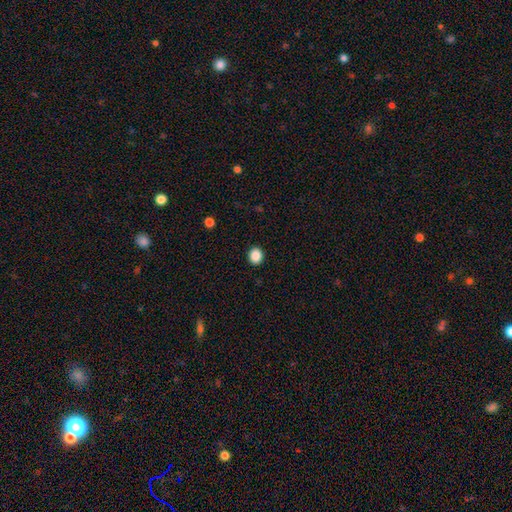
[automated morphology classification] A smooth galaxy with no disk features (88%) that is round (68%). Merging: none (92%).